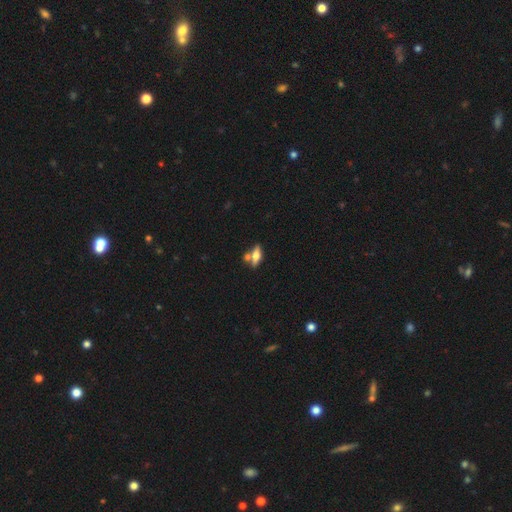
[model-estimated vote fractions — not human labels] Overall: featured or disk (47%; smooth 45%). Merging: none (60%; merger 25%).